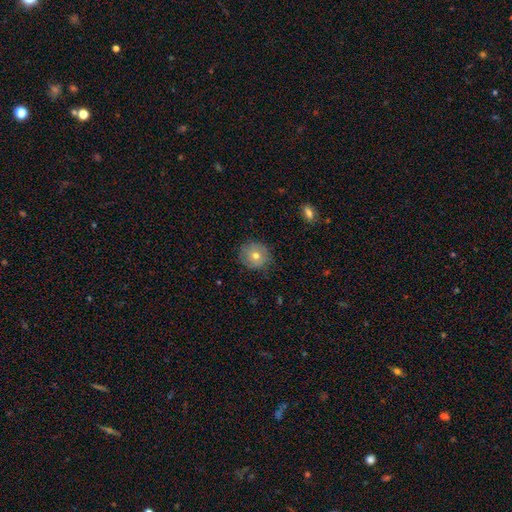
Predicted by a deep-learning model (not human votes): Q: Smooth or featured?
A: smooth (67%); runner-up: featured or disk (23%)
Q: How rounded?
A: round (87%); runner-up: in between (12%)
Q: Merging?
A: none (81%); runner-up: minor disturbance (14%)